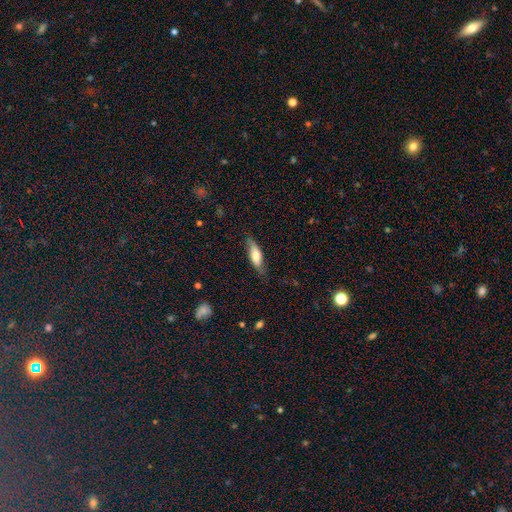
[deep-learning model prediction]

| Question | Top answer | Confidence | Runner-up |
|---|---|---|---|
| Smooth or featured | smooth | 68% | featured or disk (26%) |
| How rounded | in between | 55% | cigar-shaped (43%) |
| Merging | none | 72% | minor disturbance (21%) |